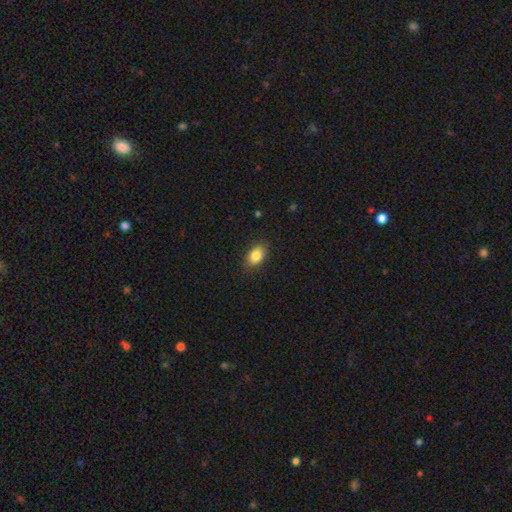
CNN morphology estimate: Smooth or featured? Predicted: smooth (p=0.85). How rounded? Predicted: in between (p=0.83). Merging? Predicted: none (p=0.85).